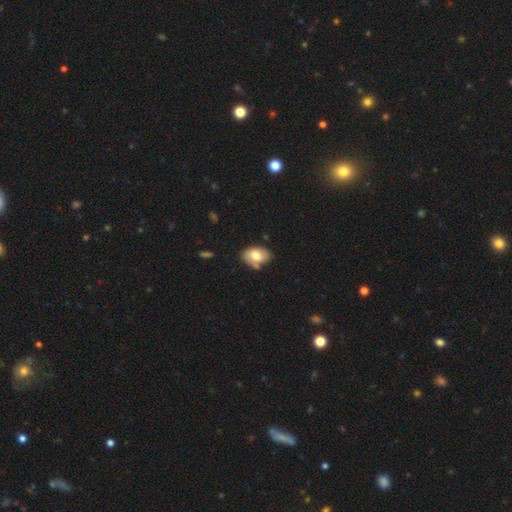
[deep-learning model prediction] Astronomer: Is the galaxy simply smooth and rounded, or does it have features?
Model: smooth — 72%.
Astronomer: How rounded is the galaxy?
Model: in between — 85%.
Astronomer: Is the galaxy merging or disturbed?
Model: none — 60%.